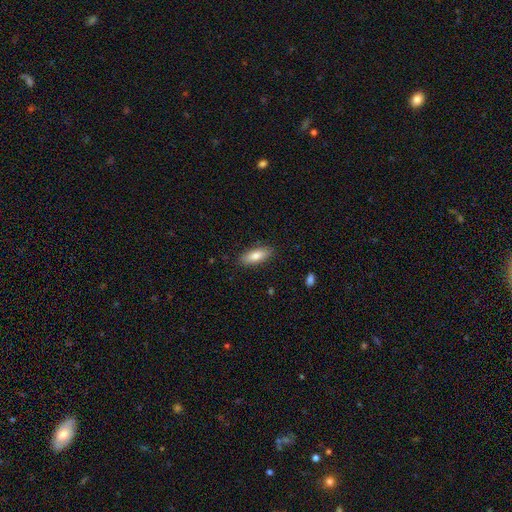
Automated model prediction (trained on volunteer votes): Morphology: type=smooth (81%); roundness=in between (74%); merging=none (87%).